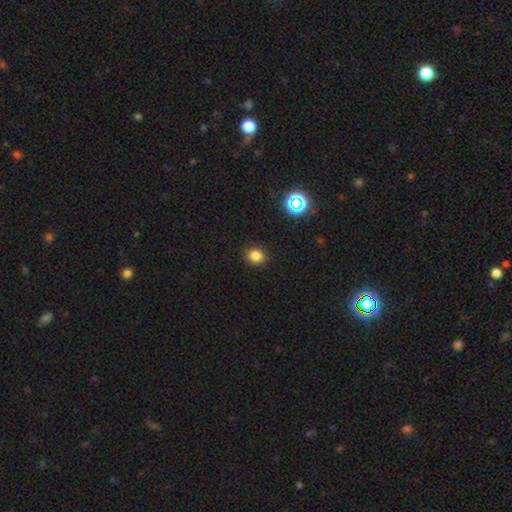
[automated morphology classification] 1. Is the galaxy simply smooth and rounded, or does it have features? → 81% smooth, 14% star or artifact, 4% featured or disk.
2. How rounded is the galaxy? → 75% round, 24% in between, 1% cigar-shaped.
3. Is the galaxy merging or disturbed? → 90% none, 7% minor disturbance, 2% major disturbance, 1% merger.